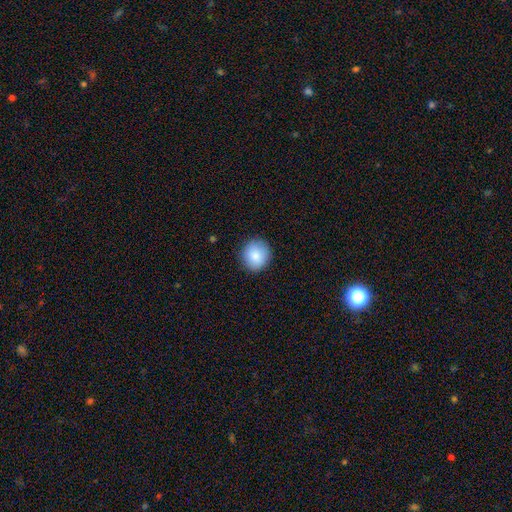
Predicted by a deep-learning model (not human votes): A smooth galaxy with no disk features (86%) that is round (87%).

Vote fractions:
- Smooth or featured? smooth: 86% / star or artifact: 8% / featured or disk: 7%
- How rounded? round: 87% / in between: 12% / cigar-shaped: 1%
- Merging? none: 88% / minor disturbance: 9% / major disturbance: 2% / merger: 1%